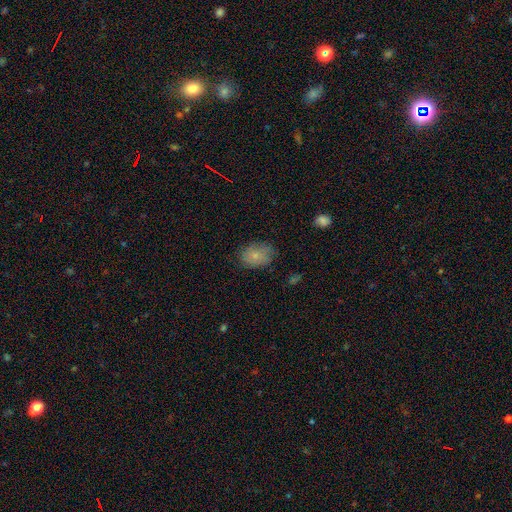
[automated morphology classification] smooth_or_featured: smooth (p=0.78) [alt: featured or disk p=0.13]
how_rounded: in between (p=0.74) [alt: round p=0.25]
merging: none (p=0.73) [alt: minor disturbance p=0.21]